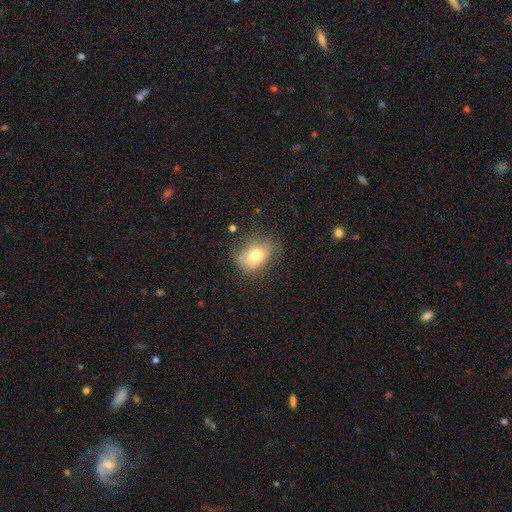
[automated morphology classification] smooth_or_featured: smooth (p=0.71) [alt: featured or disk p=0.19]
how_rounded: in between (p=0.66) [alt: round p=0.33]
merging: none (p=0.63) [alt: minor disturbance p=0.26]